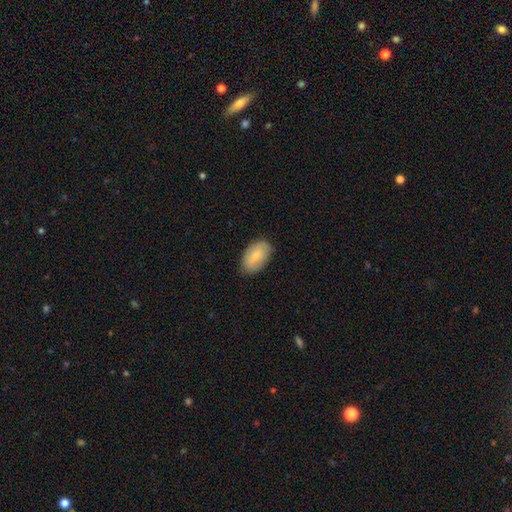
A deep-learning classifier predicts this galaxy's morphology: Smooth or featured: smooth — 73% (featured or disk — 21%)
How rounded: in between — 92% (round — 6%)
Merging: none — 80% (minor disturbance — 16%)